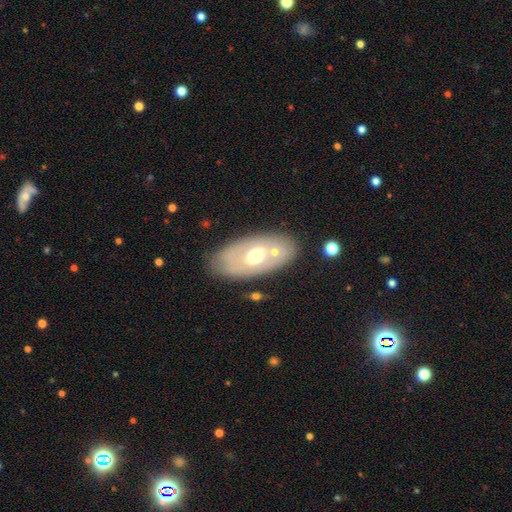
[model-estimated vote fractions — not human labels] Q: Smooth or featured?
A: featured or disk (48%); runner-up: smooth (45%)
Q: Merging?
A: none (67%); runner-up: minor disturbance (17%)